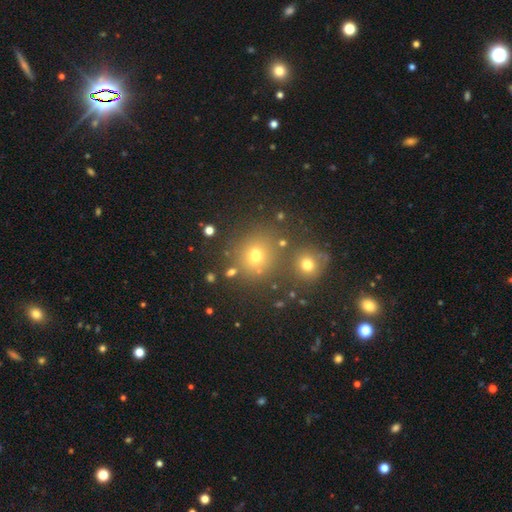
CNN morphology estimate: type=smooth (67%); roundness=round (82%); merging=none (70%).